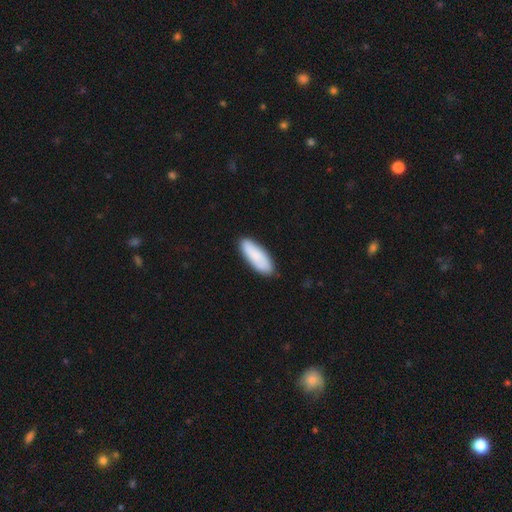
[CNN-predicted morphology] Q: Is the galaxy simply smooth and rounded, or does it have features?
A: smooth — 85%.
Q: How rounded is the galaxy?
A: in between — 67%.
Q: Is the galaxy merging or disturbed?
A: none — 86%.